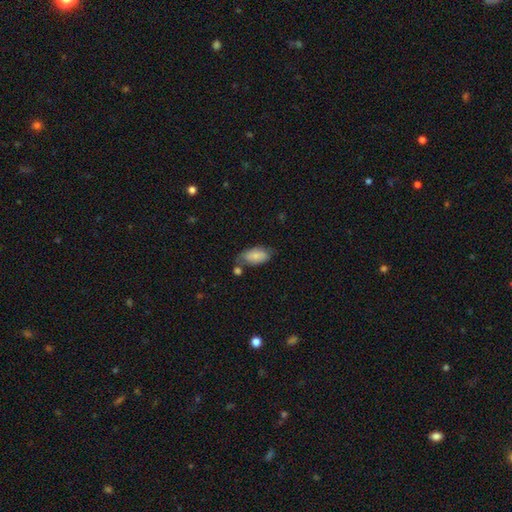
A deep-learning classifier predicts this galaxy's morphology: This appears to be a smooth galaxy with no disk features (78%) that is in between round and cigar-shaped (93%). Merging: none (54%).